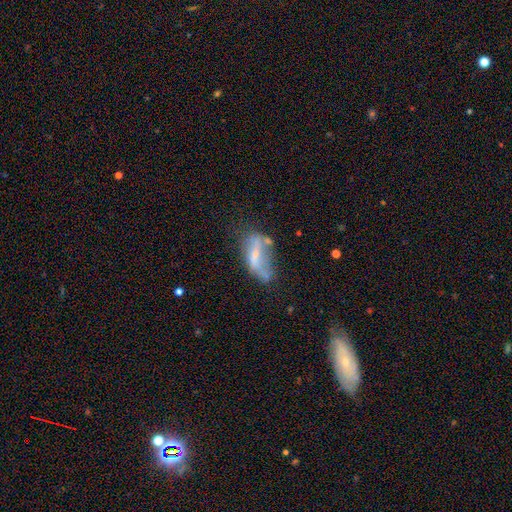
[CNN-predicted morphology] Overall: featured or disk (54%; smooth 37%). Edge-on disk: no (87%). Merging: none (33%; minor disturbance 28%).